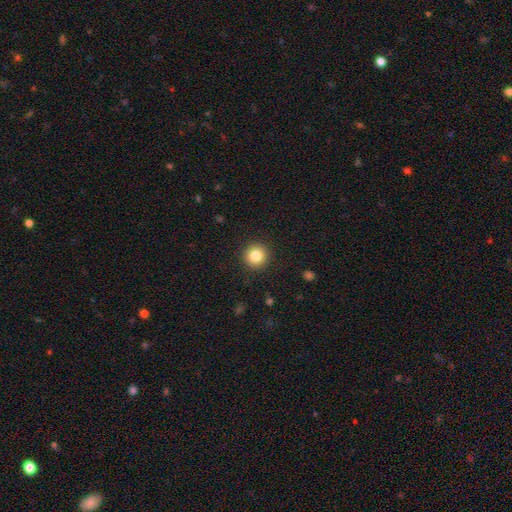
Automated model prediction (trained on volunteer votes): A smooth galaxy with no disk features (83%) that is round (95%).

Vote fractions:
- Smooth or featured? smooth: 83% / star or artifact: 11% / featured or disk: 6%
- How rounded? round: 95% / in between: 4% / cigar-shaped: 1%
- Merging? none: 92% / minor disturbance: 5% / major disturbance: 2% / merger: 1%